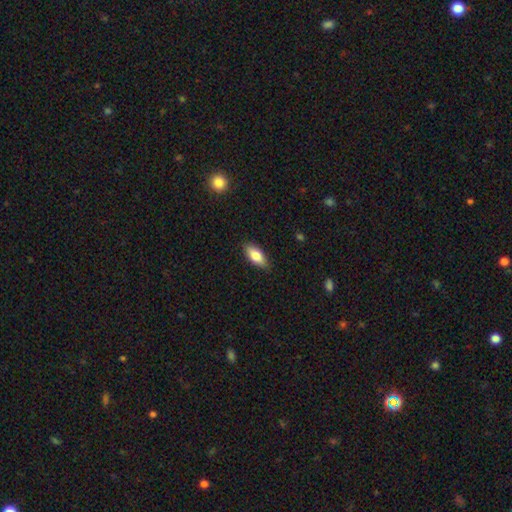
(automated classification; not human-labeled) The model was most divided on "smooth or featured": smooth: 81%, featured or disk: 13%, star or artifact: 6%. More confident: merging — none (86%); how rounded — in between (85%).